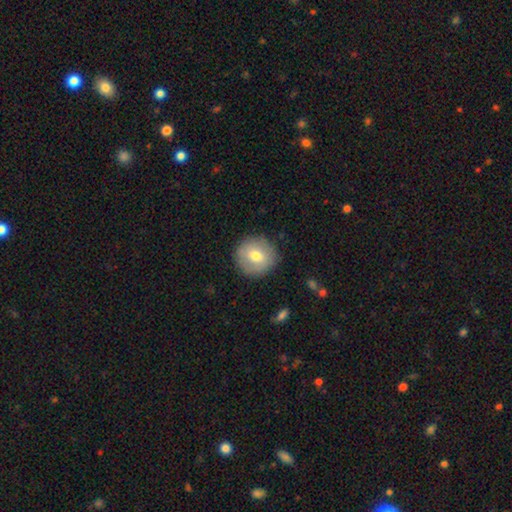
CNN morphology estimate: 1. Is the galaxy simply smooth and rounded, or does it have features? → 69% smooth, 23% featured or disk, 7% star or artifact.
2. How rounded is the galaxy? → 92% round, 7% in between, 1% cigar-shaped.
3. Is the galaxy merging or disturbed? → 87% none, 9% minor disturbance, 3% major disturbance, 1% merger.